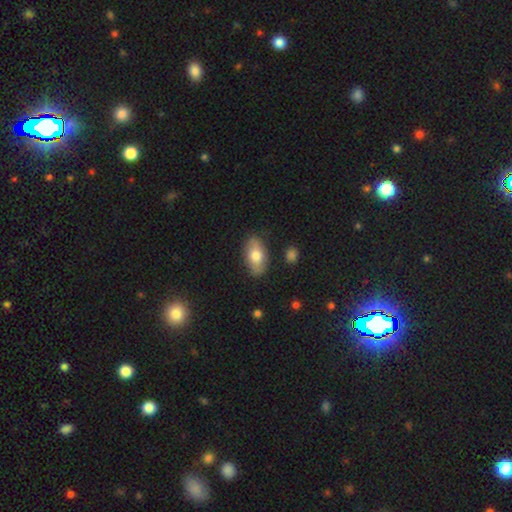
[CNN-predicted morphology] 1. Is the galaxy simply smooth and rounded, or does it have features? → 68% smooth, 26% featured or disk, 6% star or artifact.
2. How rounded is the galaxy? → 91% in between, 5% round, 4% cigar-shaped.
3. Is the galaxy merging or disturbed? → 82% none, 13% minor disturbance, 3% major disturbance, 2% merger.